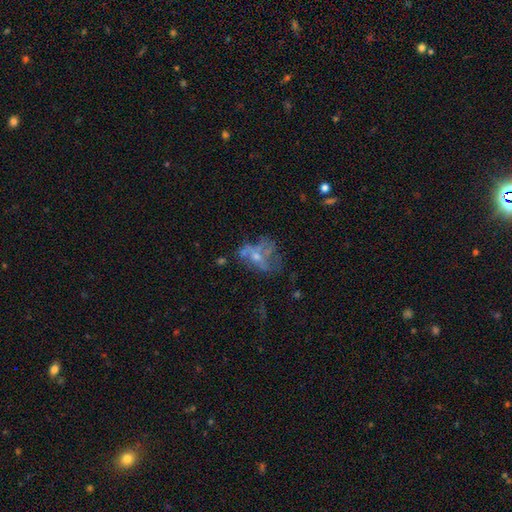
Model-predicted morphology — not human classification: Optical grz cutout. It shows a featured or disk galaxy (58%) with no bar (81%), no spiral arms (73%) and a small central bulge (49%). Merging: none (39%).